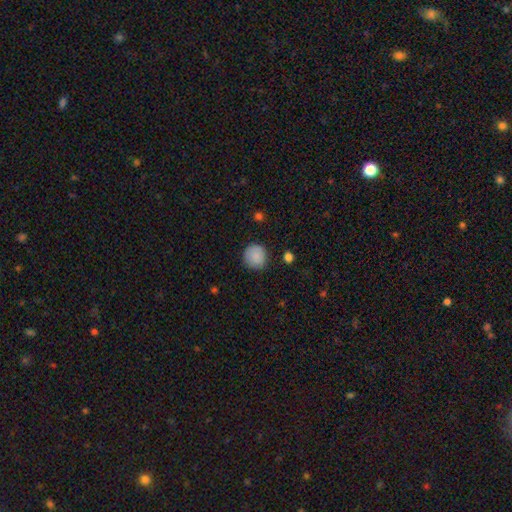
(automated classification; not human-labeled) This is clearly a smooth galaxy (88%). How rounded: clearly round (92%). Merging: clearly none (86%).